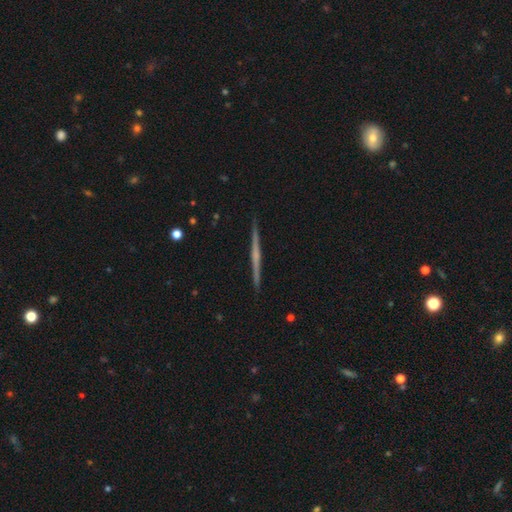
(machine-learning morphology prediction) smooth-or-featured: featured or disk: 73% | smooth: 21% | star or artifact: 5%
  disk-edge-on: yes: 98% | no: 2%
    edge-on-bulge: none: 55% | rounded: 36% | boxy: 9%
  merging: none: 93% | minor disturbance: 5% | major disturbance: 1% | merger: 1%